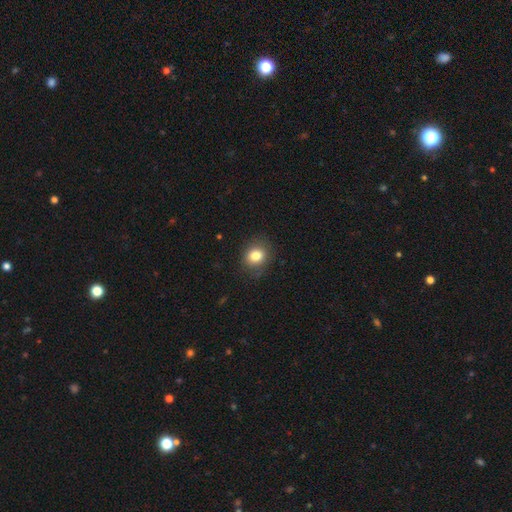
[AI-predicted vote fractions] Morphology: type=smooth (82%); roundness=round (63%); merging=none (82%).